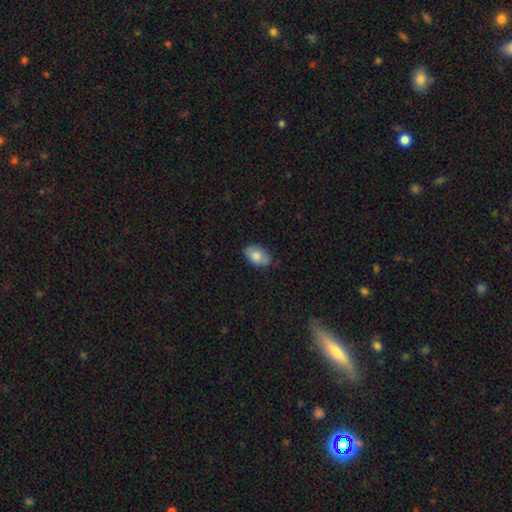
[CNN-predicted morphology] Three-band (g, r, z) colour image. It shows a smooth galaxy with no disk features (81%) that is in between round and cigar-shaped (91%). Merging: none (77%).